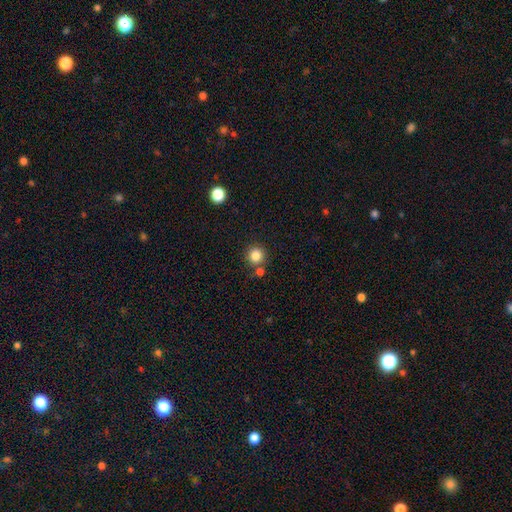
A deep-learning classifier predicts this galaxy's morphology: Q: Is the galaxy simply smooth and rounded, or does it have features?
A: smooth — 84%.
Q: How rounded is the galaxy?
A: round — 94%.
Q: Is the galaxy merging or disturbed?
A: none — 79%.